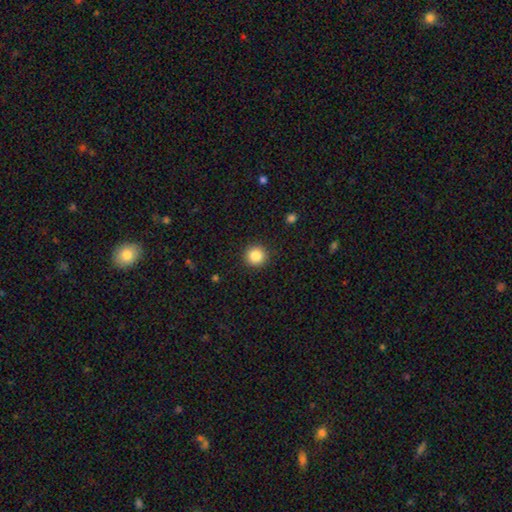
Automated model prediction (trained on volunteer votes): This is clearly a smooth galaxy (85%). How rounded: clearly round (95%). Merging: clearly none (92%).